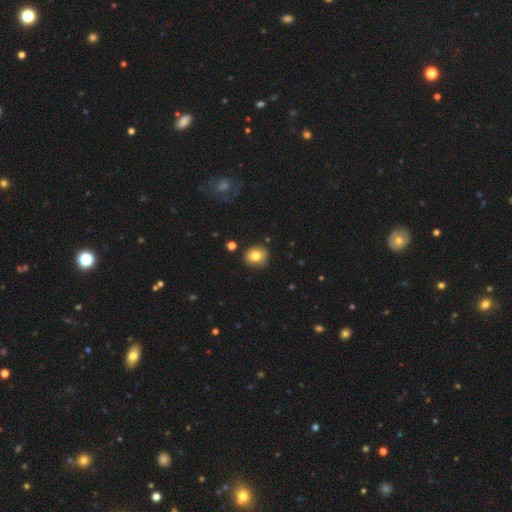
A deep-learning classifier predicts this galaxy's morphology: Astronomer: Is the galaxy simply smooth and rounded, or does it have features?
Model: smooth — 78%.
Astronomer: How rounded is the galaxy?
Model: round — 81%.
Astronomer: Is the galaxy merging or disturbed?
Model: none — 84%.